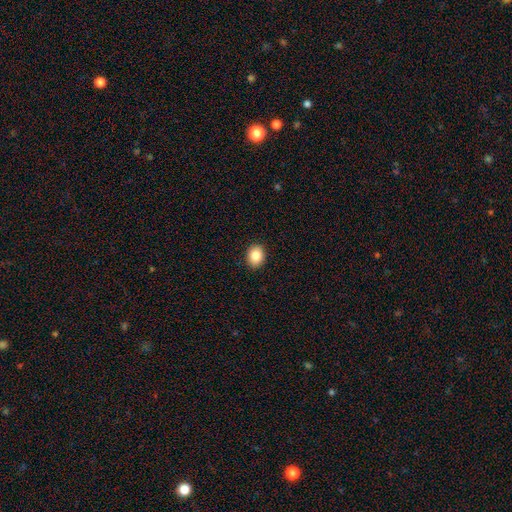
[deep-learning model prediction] Smooth or featured? smooth (85%)
How rounded? in between (54%)
Merging? none (91%)